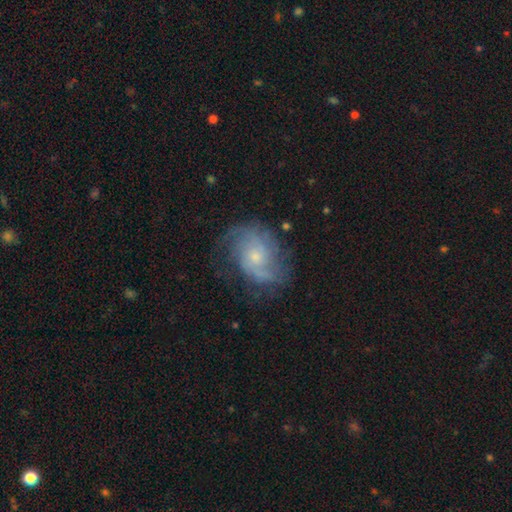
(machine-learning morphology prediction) featured or disk 76%, smooth 15%, star or artifact 9%. Down the decision tree: edge-on disk — no (97%); bar — no (72%); spiral arms — yes (92%); spiral arm count — 2 (53%); spiral winding — medium (44%); bulge size — small (63%); merging — none (69%).